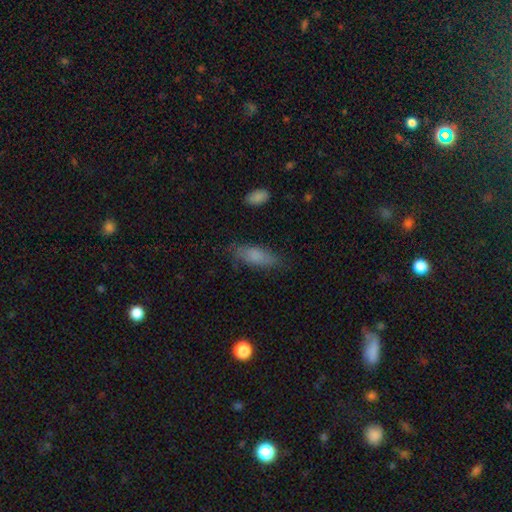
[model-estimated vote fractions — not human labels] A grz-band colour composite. It shows a smooth galaxy with no disk features (79%) that is in between round and cigar-shaped (63%). Merging: none (75%).